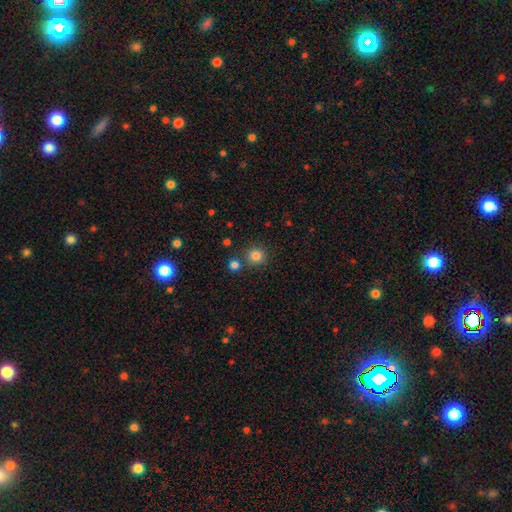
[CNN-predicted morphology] Smooth or featured? Predicted: smooth (p=0.82). How rounded? Predicted: round (p=0.92). Merging? Predicted: none (p=0.79).